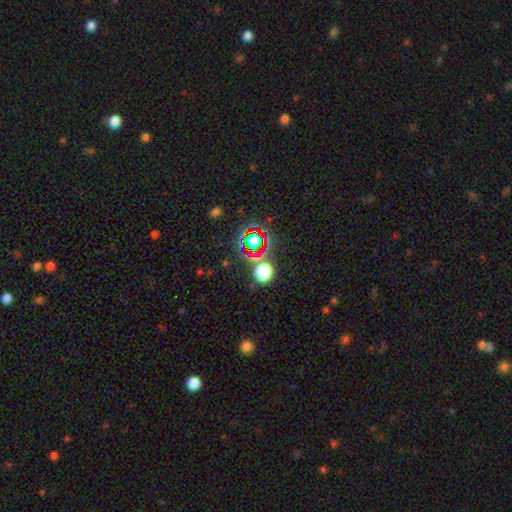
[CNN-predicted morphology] smooth-or-featured: star or artifact: 52% | smooth: 39% | featured or disk: 9%